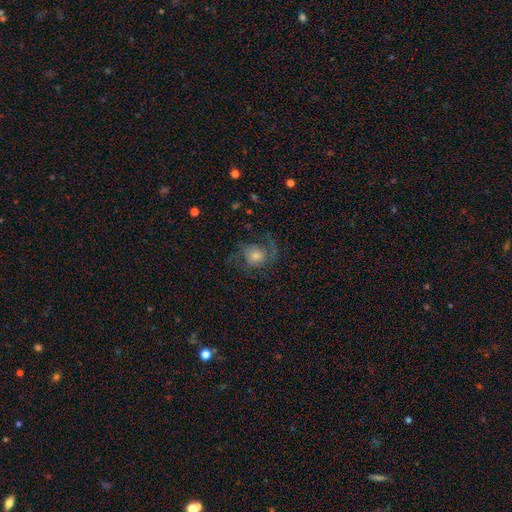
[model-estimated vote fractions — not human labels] The model was most divided on "spiral winding": medium: 46%, loose: 33%, tight: 21%. Remaining: edge-on disk — no (97%); spiral arms — yes (88%); bar — no (74%); smooth or featured — featured or disk (68%); merging — none (59%); spiral arm count — 2 (51%); bulge size — moderate (50%).